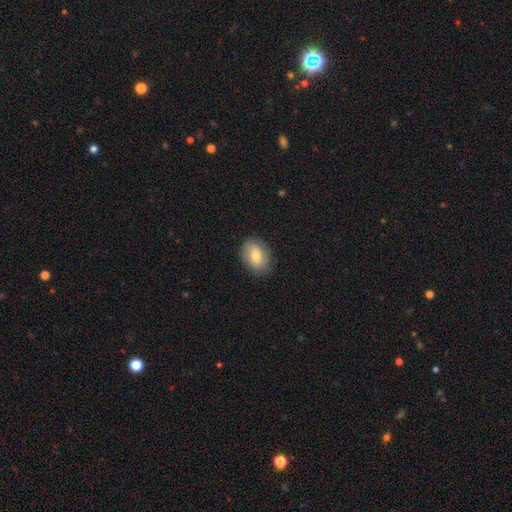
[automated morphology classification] This appears to be a smooth galaxy with no disk features (74%) that is in between round and cigar-shaped (77%). Merging: none (84%).